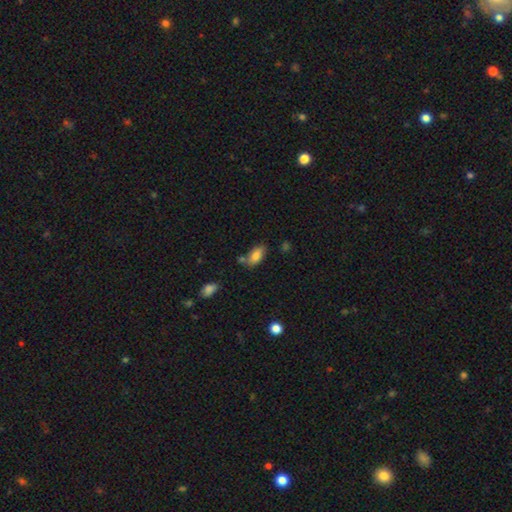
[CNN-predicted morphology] Q: Smooth or featured?
A: smooth (81%); runner-up: featured or disk (11%)
Q: How rounded?
A: in between (91%); runner-up: cigar-shaped (4%)
Q: Merging?
A: none (64%); runner-up: minor disturbance (18%)